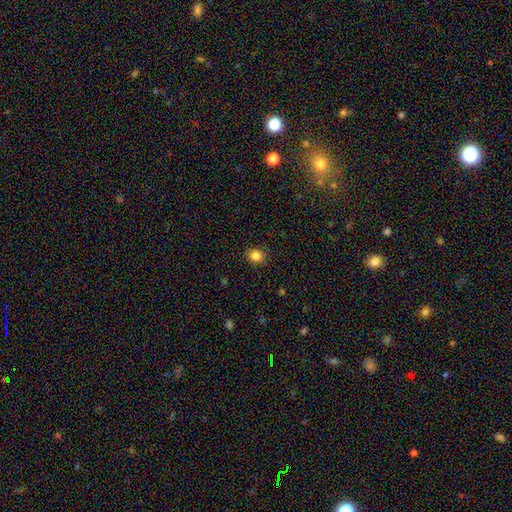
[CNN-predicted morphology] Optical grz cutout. It shows a smooth galaxy with no disk features (83%) that is round (77%). Merging: none (87%).